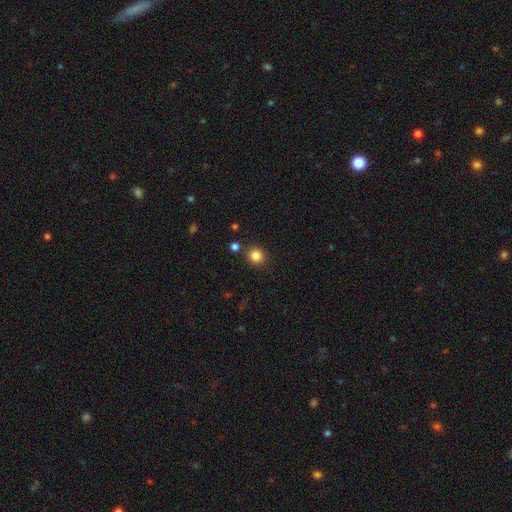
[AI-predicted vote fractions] Overall: smooth (85%). How rounded: round (90%). Merging: none (86%).